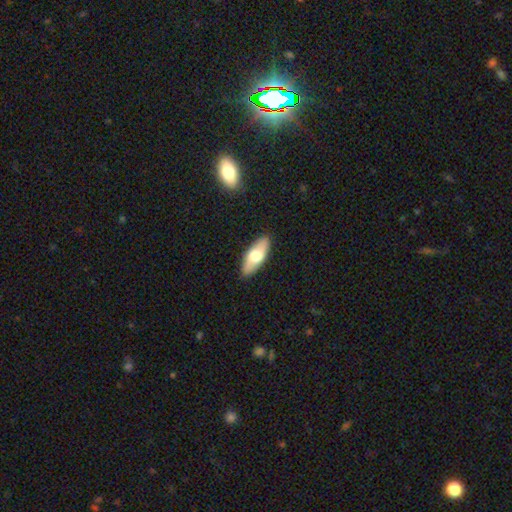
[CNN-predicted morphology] Smooth or featured? smooth (67%)
How rounded? in between (77%)
Merging? none (89%)